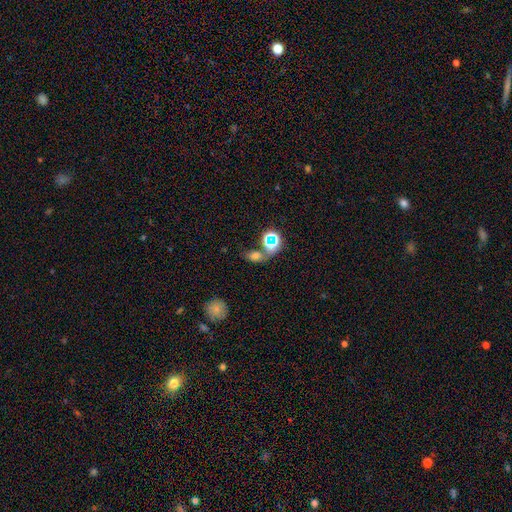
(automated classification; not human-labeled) This is likely a smooth galaxy (62%). How rounded: likely in between (71%). Merging: marginally none (45%).